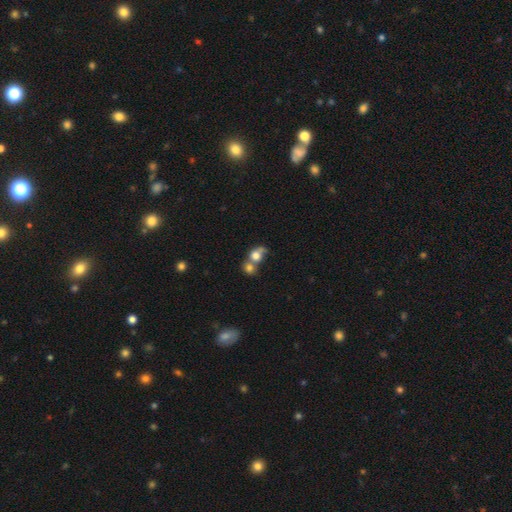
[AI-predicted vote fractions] Smooth or featured? smooth (71%)
How rounded? round (68%)
Merging? merger (65%)